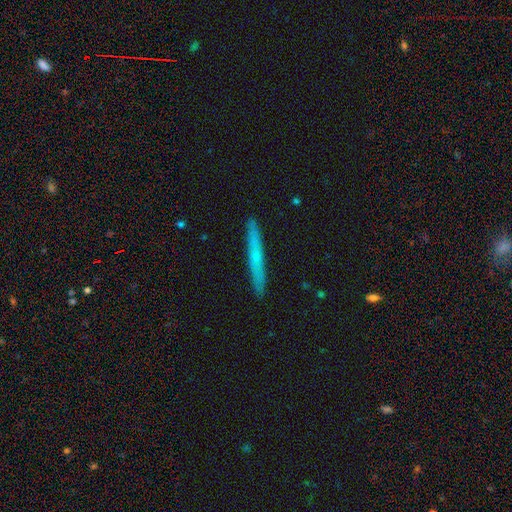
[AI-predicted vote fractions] Smooth or featured? Predicted: smooth (p=0.52). How rounded? Predicted: cigar-shaped (p=0.97). Merging? Predicted: none (p=0.92).